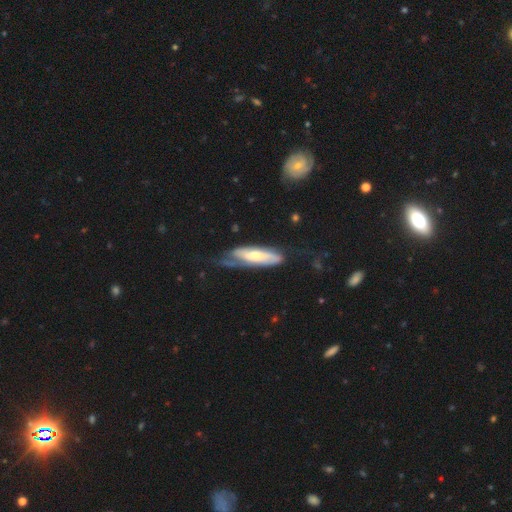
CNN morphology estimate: type=featured or disk (62%); edge-on=no (72%); merging=none (40%).